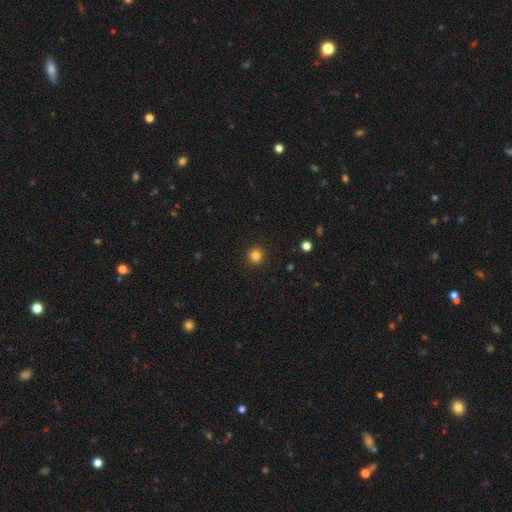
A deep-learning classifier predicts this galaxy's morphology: A smooth galaxy with no disk features (83%) that is round (94%).

Vote fractions:
- Smooth or featured? smooth: 83% / star or artifact: 13% / featured or disk: 4%
- How rounded? round: 94% / in between: 5% / cigar-shaped: 1%
- Merging? none: 92% / minor disturbance: 5% / major disturbance: 2% / merger: 1%